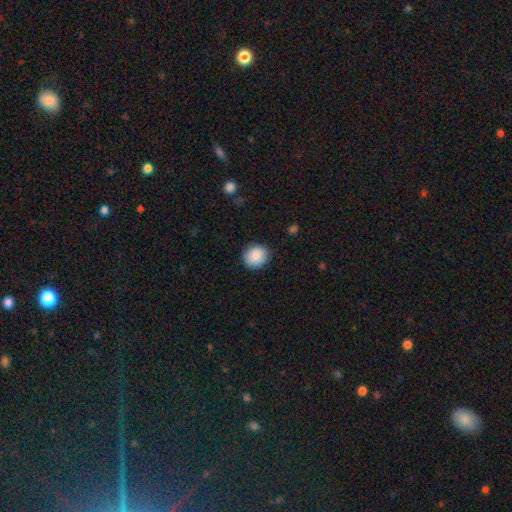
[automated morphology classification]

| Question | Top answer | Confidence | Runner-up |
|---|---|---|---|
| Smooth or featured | smooth | 89% | star or artifact (7%) |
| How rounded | round | 87% | in between (12%) |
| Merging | none | 88% | minor disturbance (9%) |